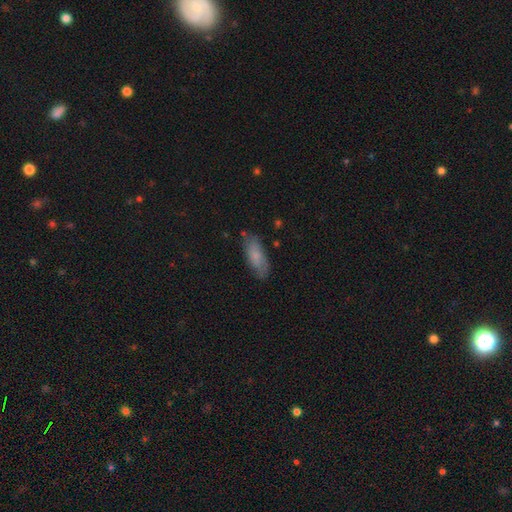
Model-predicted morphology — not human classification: smooth-or-featured: smooth: 71% | featured or disk: 22% | star or artifact: 7%
  how-rounded: in between: 74% | cigar-shaped: 24% | round: 2%
  merging: none: 75% | minor disturbance: 18% | major disturbance: 4% | merger: 2%